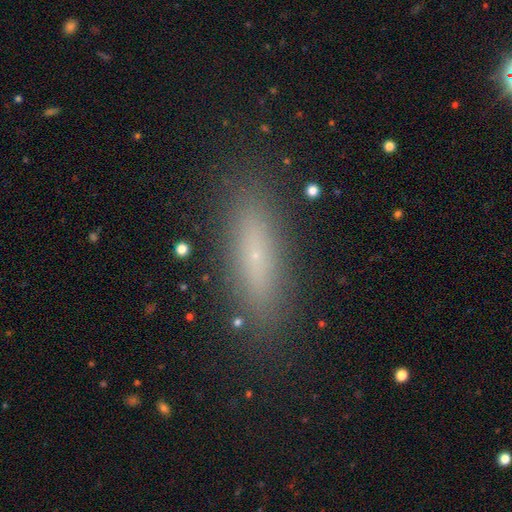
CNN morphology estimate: A smooth galaxy with no disk features (63%) that is cigar-shaped (68%). Merging: none (87%).